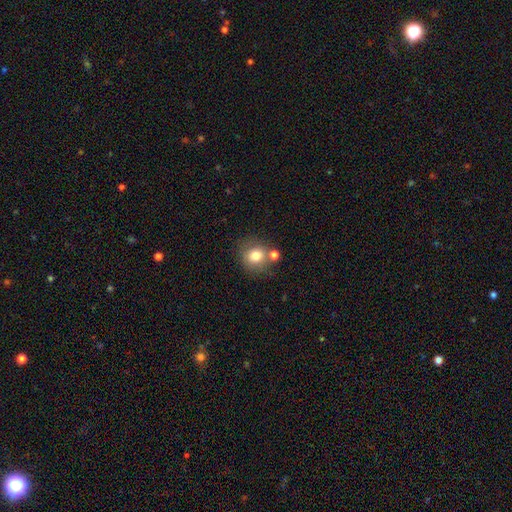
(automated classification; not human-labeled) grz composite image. It shows a smooth galaxy with no disk features (77%) that is round (83%). Merging: none (66%).